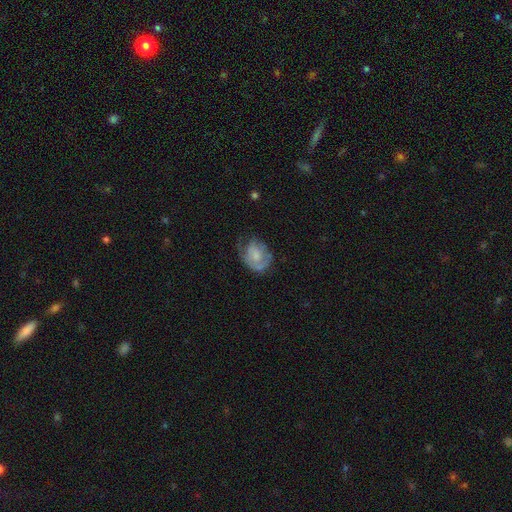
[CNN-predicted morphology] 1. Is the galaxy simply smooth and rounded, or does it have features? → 47% featured or disk, 46% smooth, 7% star or artifact.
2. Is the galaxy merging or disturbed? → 43% none, 32% minor disturbance, 24% major disturbance, 2% merger.